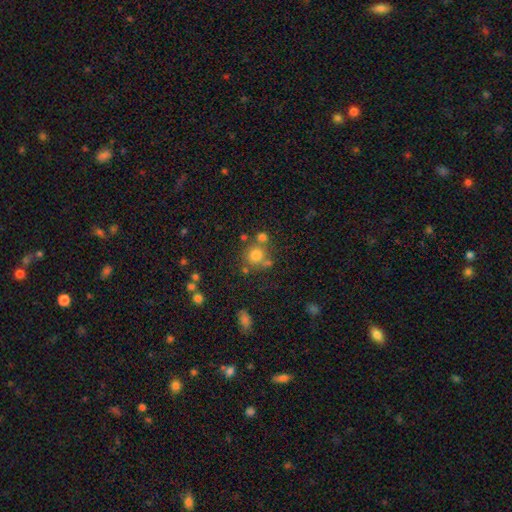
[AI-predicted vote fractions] Q: Smooth or featured?
A: smooth (75%); runner-up: star or artifact (15%)
Q: How rounded?
A: round (88%); runner-up: in between (12%)
Q: Merging?
A: none (61%); runner-up: merger (22%)